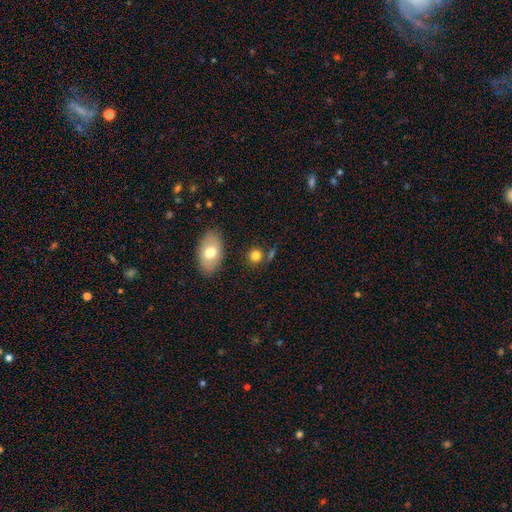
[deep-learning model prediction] Smooth or featured: smooth — 79% (star or artifact — 11%)
How rounded: round — 75% (in between — 23%)
Merging: none — 78% (minor disturbance — 10%)